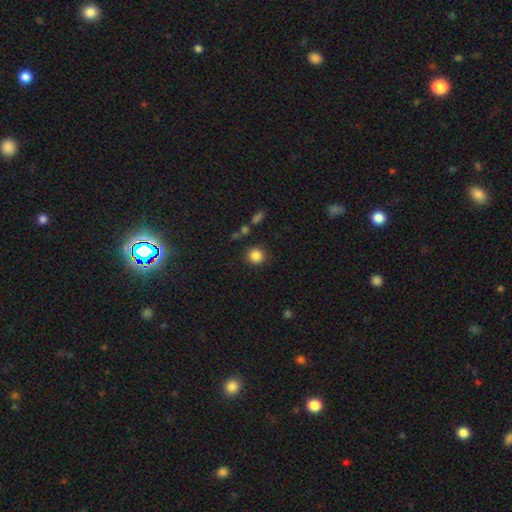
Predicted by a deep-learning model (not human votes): Morphology: type=smooth (85%); roundness=round (93%); merging=none (86%).